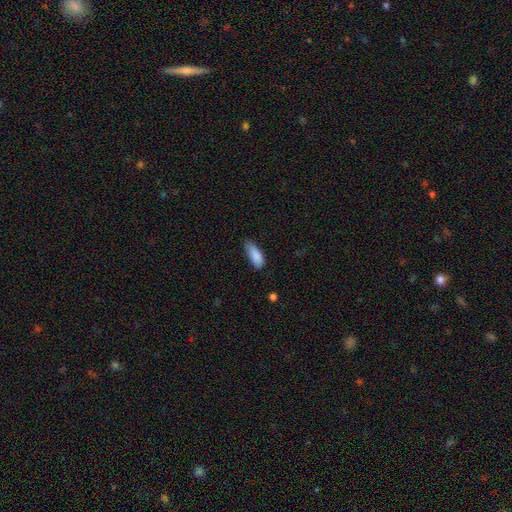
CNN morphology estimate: Smooth or featured? Predicted: smooth (p=0.87). How rounded? Predicted: in between (p=0.79). Merging? Predicted: none (p=0.56).